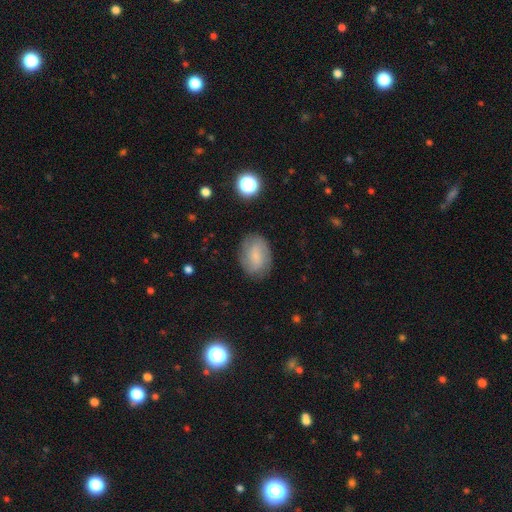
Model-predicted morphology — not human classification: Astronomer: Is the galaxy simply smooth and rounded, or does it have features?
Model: smooth — 58%.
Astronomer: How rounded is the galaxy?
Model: in between — 77%.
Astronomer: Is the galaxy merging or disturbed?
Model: none — 79%.